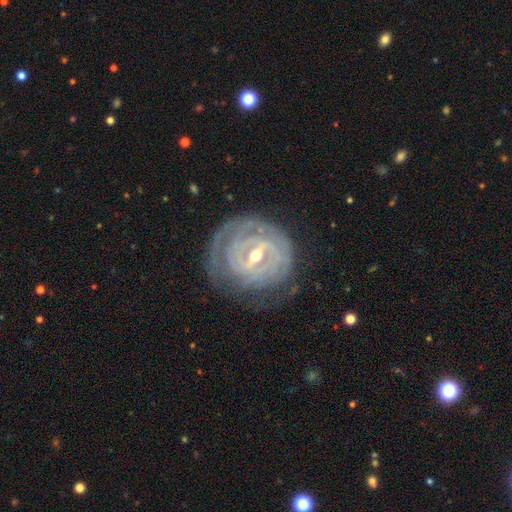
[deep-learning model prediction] Smooth or featured: featured or disk — 87% (smooth — 8%)
Edge-on disk: no — 95% (yes — 5%)
Bar: strong — 47% (weak — 42%)
Spiral arms: yes — 88% (no — 12%)
Spiral winding: tight — 82% (medium — 14%)
Spiral arm count: can't tell — 46% (2 — 19%)
Bulge size: moderate — 55% (small — 41%)
Merging: none — 72% (minor disturbance — 17%)